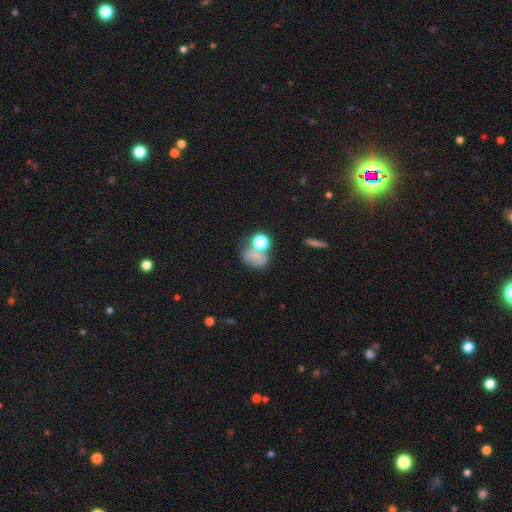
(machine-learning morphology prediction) A smooth galaxy with no disk features (62%) that is round (54%).

Vote fractions:
- Smooth or featured? smooth: 62% / star or artifact: 20% / featured or disk: 18%
- How rounded? round: 54% / in between: 45% / cigar-shaped: 2%
- Merging? none: 36% / merger: 30% / minor disturbance: 17% / major disturbance: 17%